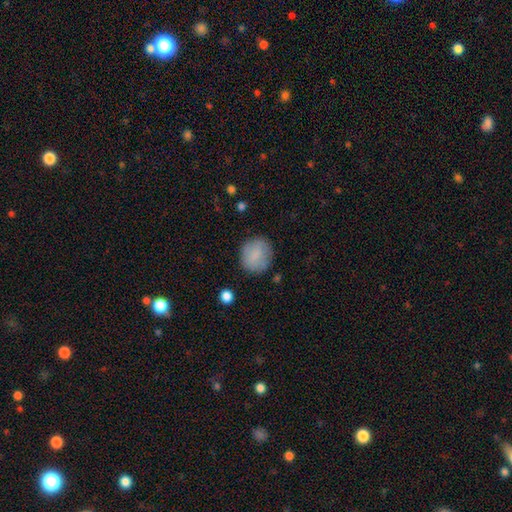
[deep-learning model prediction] Smooth or featured?
  - smooth: 82% *
  - featured or disk: 10%
  - star or artifact: 7%
How rounded?
  - round: 76% *
  - in between: 23%
  - cigar-shaped: 1%
Merging?
  - none: 82% *
  - minor disturbance: 13%
  - major disturbance: 4%
  - merger: 1%